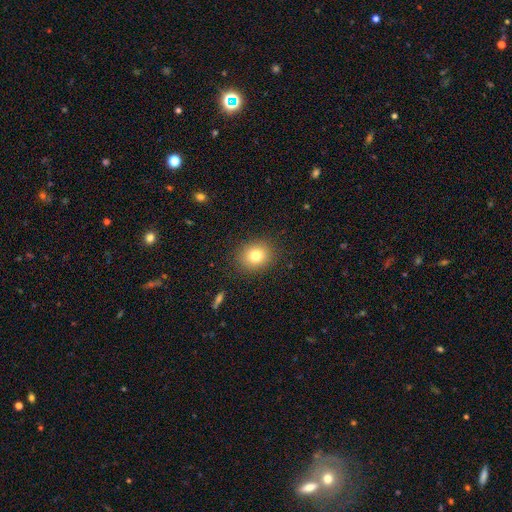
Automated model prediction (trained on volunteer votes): Smooth or featured?
  - smooth: 79% *
  - star or artifact: 12%
  - featured or disk: 9%
How rounded?
  - round: 72% *
  - in between: 27%
  - cigar-shaped: 1%
Merging?
  - none: 88% *
  - minor disturbance: 8%
  - major disturbance: 3%
  - merger: 1%